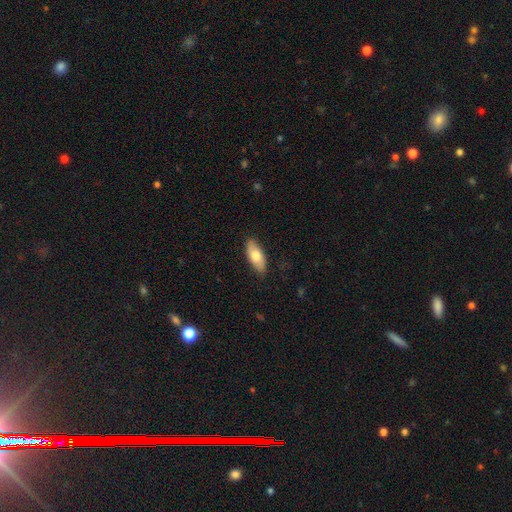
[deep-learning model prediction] Smooth or featured? Predicted: smooth (p=0.73). How rounded? Predicted: in between (p=0.83). Merging? Predicted: none (p=0.85).